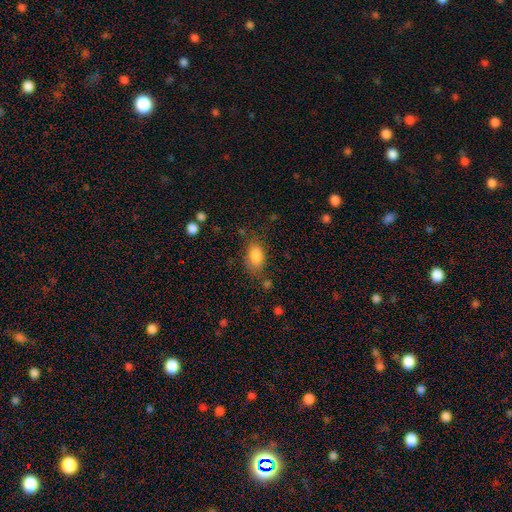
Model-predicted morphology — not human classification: Smooth or featured: smooth — 85% (star or artifact — 8%)
How rounded: in between — 88% (round — 10%)
Merging: none — 71% (minor disturbance — 19%)